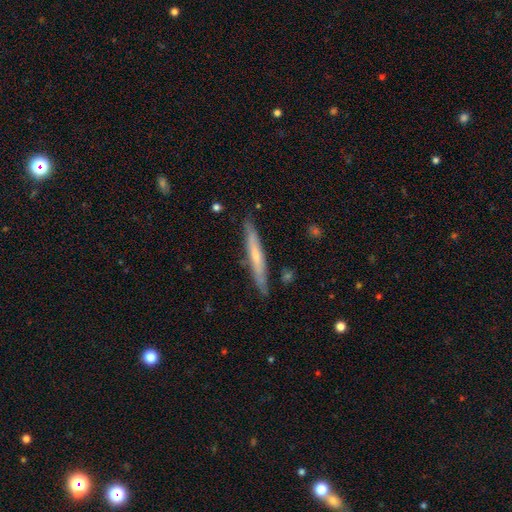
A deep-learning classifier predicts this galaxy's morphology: Smooth or featured: featured or disk — 52% (smooth — 42%)
Edge-on disk: yes — 91% (no — 9%)
Merging: none — 85% (minor disturbance — 11%)